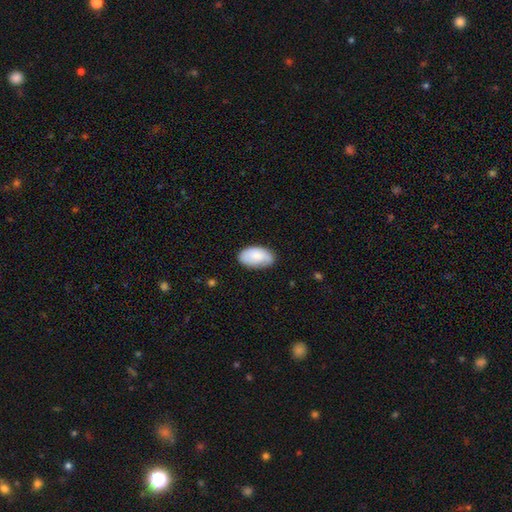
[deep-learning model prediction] A smooth galaxy with no disk features (78%) that is in between round and cigar-shaped (95%). Merging: none (77%).